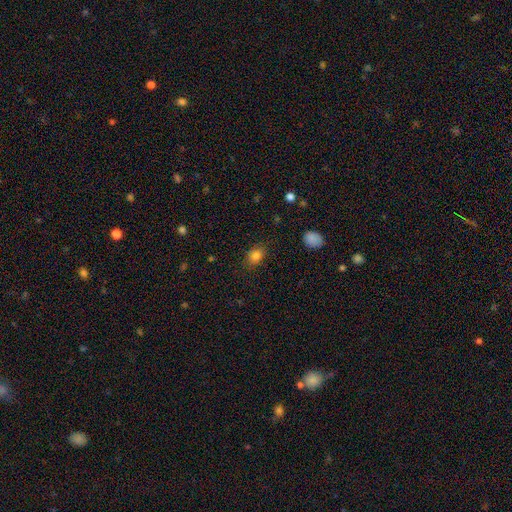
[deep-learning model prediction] smooth 82%, star or artifact 11%, featured or disk 6%. Down the decision tree: how rounded — in between (57%); merging — none (83%).